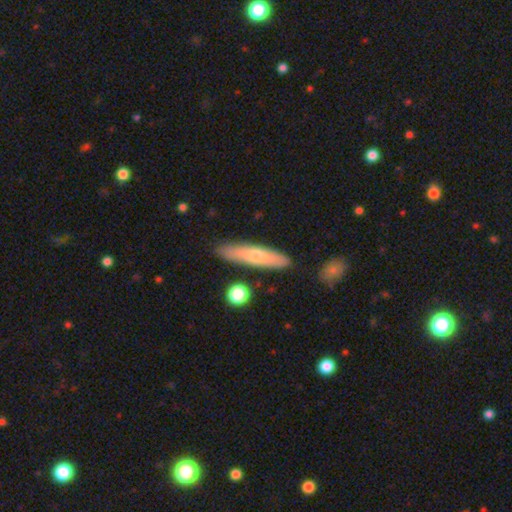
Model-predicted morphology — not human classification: Smooth or featured: smooth — 61% (featured or disk — 33%)
How rounded: cigar-shaped — 82% (in between — 16%)
Merging: none — 85% (minor disturbance — 10%)